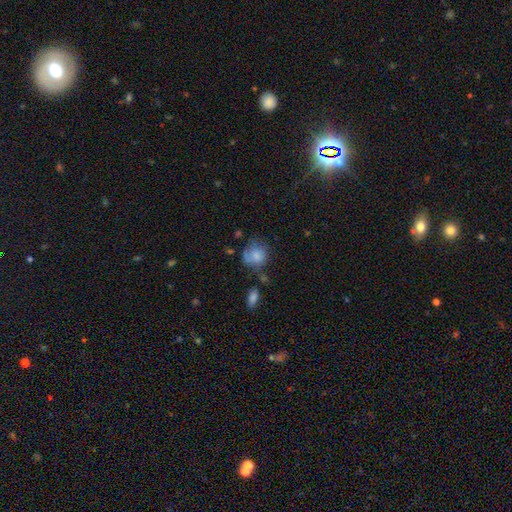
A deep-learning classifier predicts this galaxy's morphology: A smooth galaxy with no disk features (74%) that is round (71%).

Vote fractions:
- Smooth or featured? smooth: 74% / featured or disk: 16% / star or artifact: 9%
- How rounded? round: 71% / in between: 28% / cigar-shaped: 1%
- Merging? none: 47% / minor disturbance: 28% / major disturbance: 15% / merger: 10%